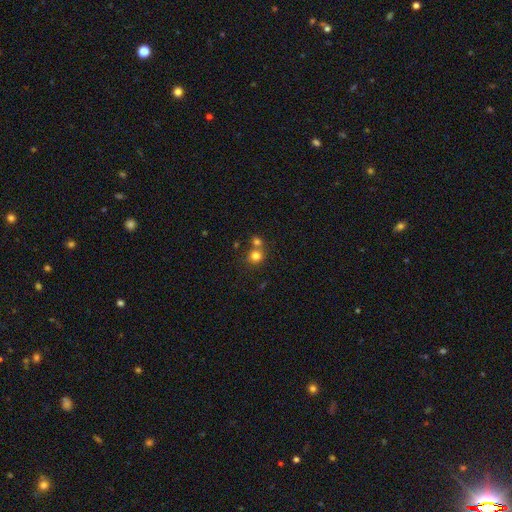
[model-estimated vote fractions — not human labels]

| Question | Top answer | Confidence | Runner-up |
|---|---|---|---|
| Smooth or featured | smooth | 79% | star or artifact (13%) |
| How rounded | round | 84% | in between (15%) |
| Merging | none | 51% | merger (38%) |